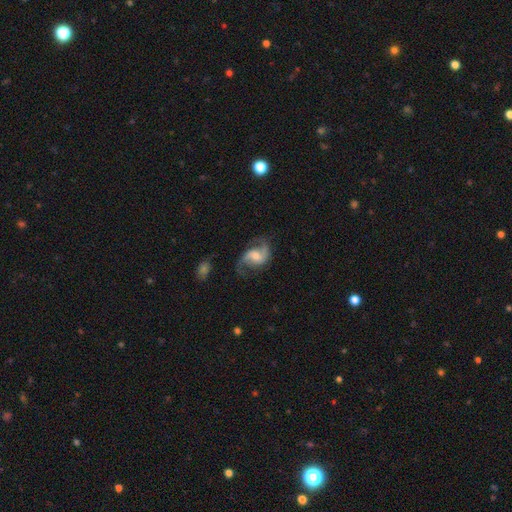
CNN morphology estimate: Smooth or featured? Predicted: featured or disk (p=0.83). Edge-on disk? Predicted: no (p=0.98). Bar? Predicted: weak (p=0.47). Spiral arms? Predicted: yes (p=0.96). Spiral winding? Predicted: loose (p=0.51). Spiral arm count? Predicted: 2 (p=0.89). Bulge size? Predicted: moderate (p=0.50). Merging? Predicted: none (p=0.64).